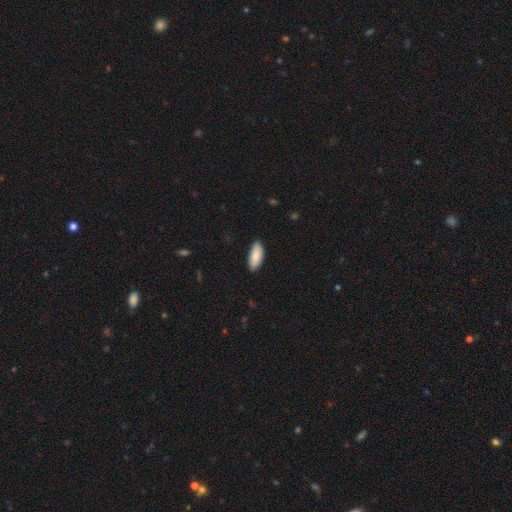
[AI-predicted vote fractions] Overall: smooth (85%). How rounded: in between (84%). Merging: none (86%).